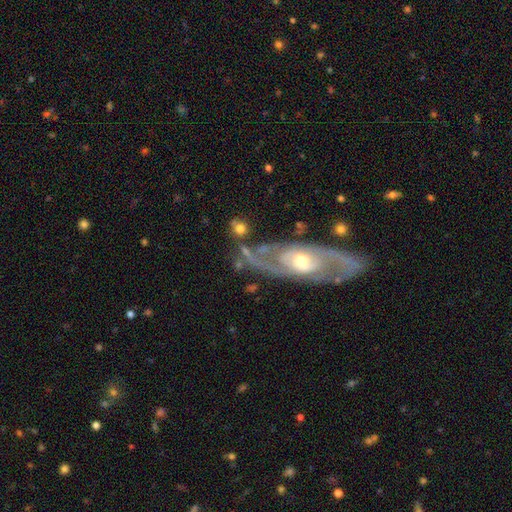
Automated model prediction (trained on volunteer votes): Smooth or featured: featured or disk — 85% (smooth — 9%)
Edge-on disk: no — 90% (yes — 10%)
Bar: no — 54% (weak — 33%)
Spiral arms: yes — 90% (no — 10%)
Spiral winding: medium — 47% (tight — 34%)
Spiral arm count: 2 — 82% (can't tell — 9%)
Bulge size: moderate — 61% (small — 31%)
Merging: none — 70% (minor disturbance — 15%)